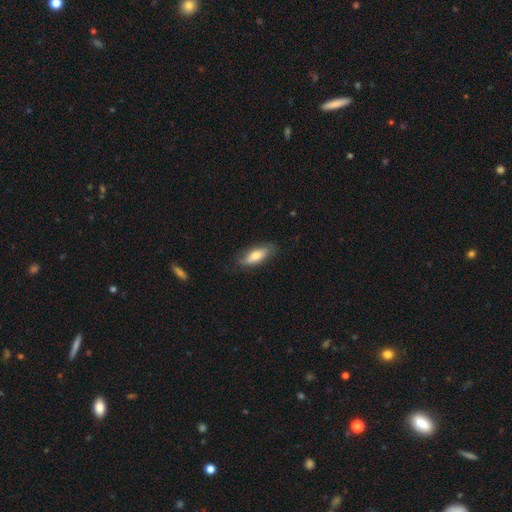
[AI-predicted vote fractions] smooth 68%, featured or disk 26%, star or artifact 6%. Down the decision tree: how rounded — in between (69%); merging — none (76%).